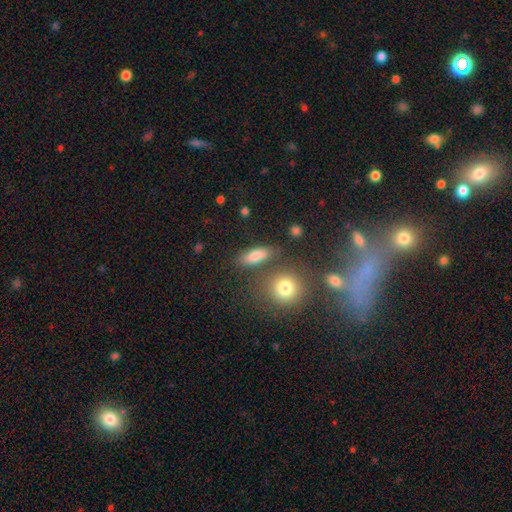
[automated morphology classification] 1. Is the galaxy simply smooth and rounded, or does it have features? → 77% smooth, 12% star or artifact, 11% featured or disk.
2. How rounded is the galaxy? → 61% in between, 27% cigar-shaped, 12% round.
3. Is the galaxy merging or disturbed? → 76% none, 12% minor disturbance, 8% merger, 5% major disturbance.